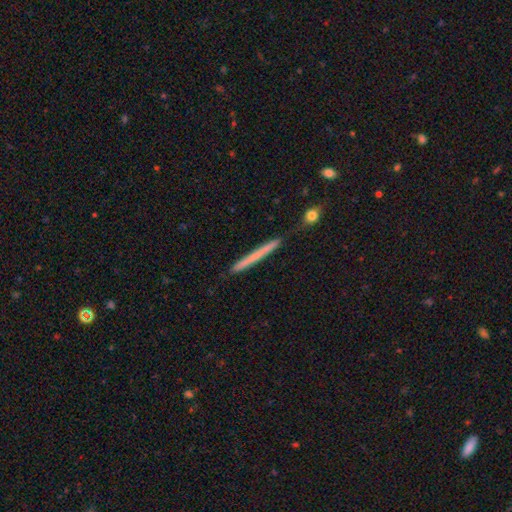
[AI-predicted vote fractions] The model was most divided on "smooth or featured": smooth: 57%, featured or disk: 37%, star or artifact: 6%. More confident: how rounded — cigar-shaped (97%); merging — none (88%).